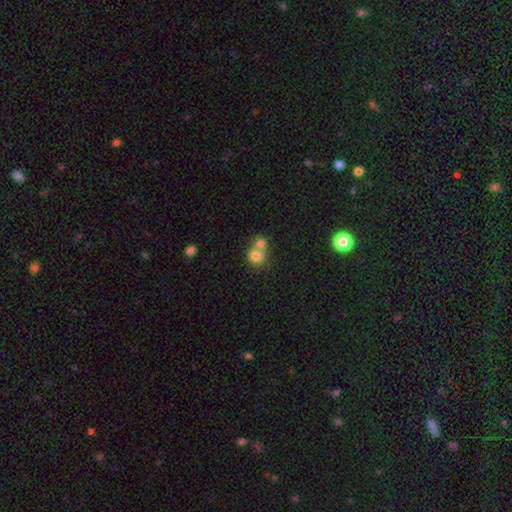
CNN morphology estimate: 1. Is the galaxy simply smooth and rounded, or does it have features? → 78% smooth, 11% featured or disk, 11% star or artifact.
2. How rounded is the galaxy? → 83% round, 16% in between, 1% cigar-shaped.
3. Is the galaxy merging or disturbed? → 57% merger, 35% none, 5% minor disturbance, 2% major disturbance.